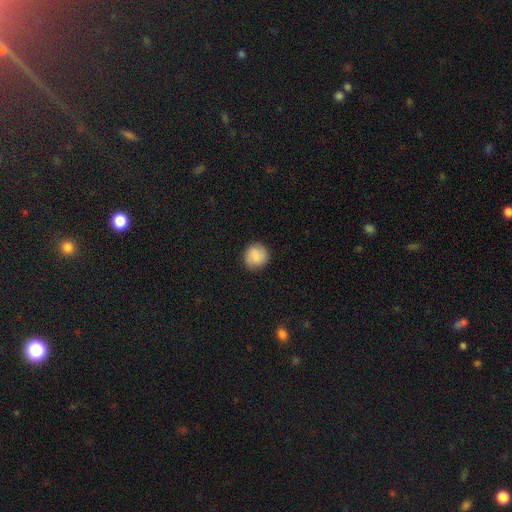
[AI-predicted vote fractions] smooth_or_featured: smooth (p=0.83) [alt: featured or disk p=0.10]
how_rounded: round (p=0.91) [alt: in between p=0.08]
merging: none (p=0.88) [alt: minor disturbance p=0.08]